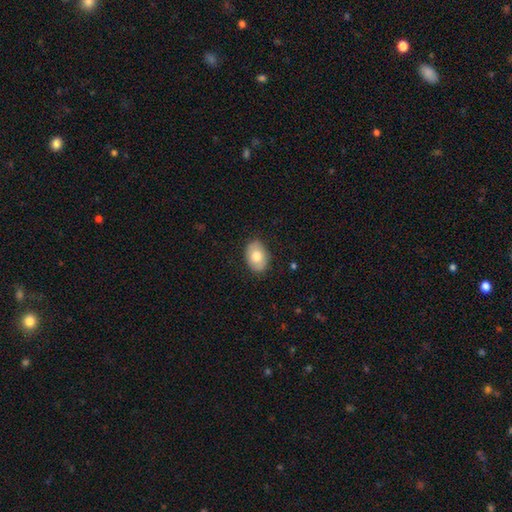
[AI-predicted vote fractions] smooth-or-featured: smooth: 75% | featured or disk: 19% | star or artifact: 7%
  how-rounded: in between: 82% | round: 17% | cigar-shaped: 1%
  merging: none: 86% | minor disturbance: 10% | major disturbance: 2% | merger: 1%